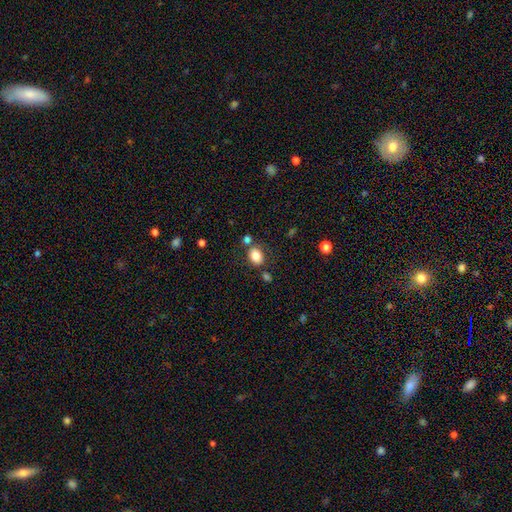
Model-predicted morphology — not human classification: This appears to be a smooth galaxy with no disk features (83%) that is in between round and cigar-shaped (60%). Merging: none (71%).